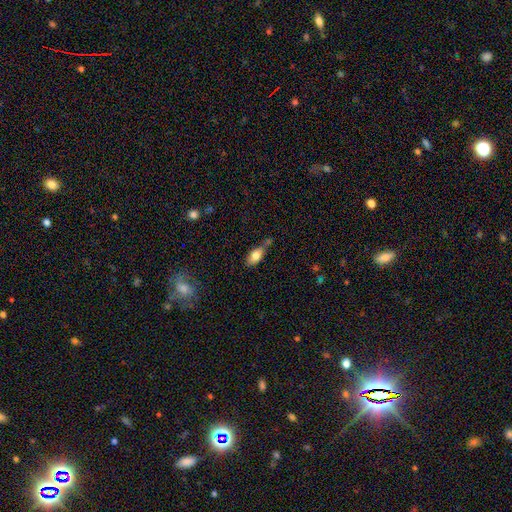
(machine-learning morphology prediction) This is likely a smooth galaxy (77%). How rounded: clearly in between (84%). Merging: possibly none (52%).